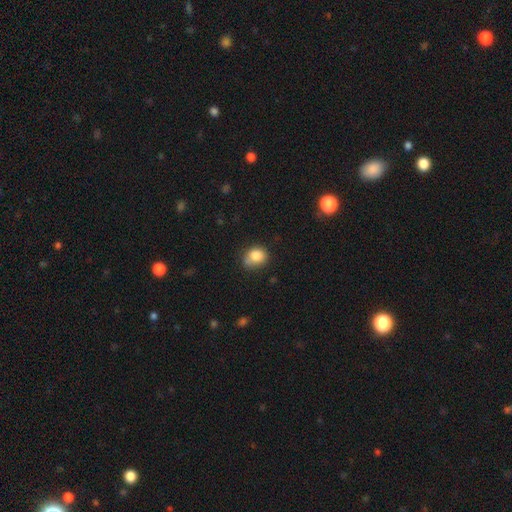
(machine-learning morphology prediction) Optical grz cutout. It shows a smooth galaxy with no disk features (82%) that is round (67%). Merging: none (58%).